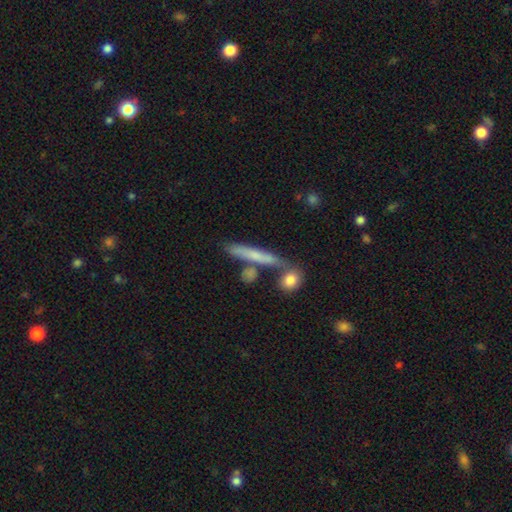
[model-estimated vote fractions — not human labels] Morphology: type=smooth (57%); roundness=cigar-shaped (89%); merging=none (67%).